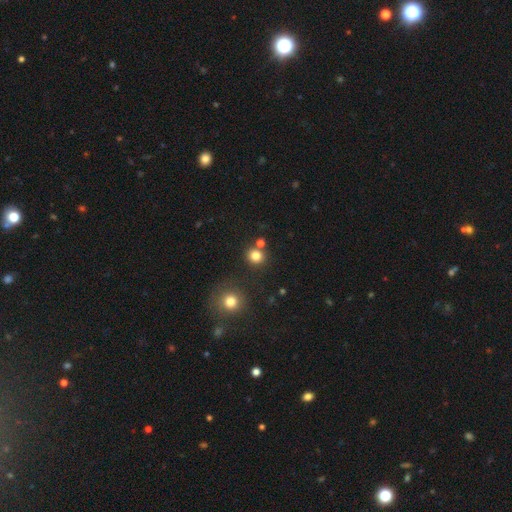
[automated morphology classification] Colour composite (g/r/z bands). It shows a smooth galaxy with no disk features (80%) that is round (89%). Merging: none (79%).